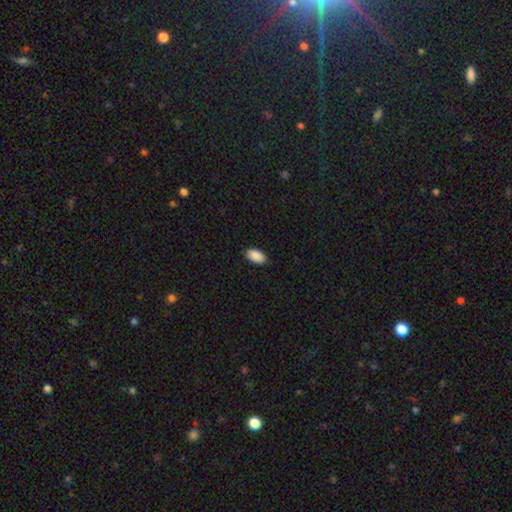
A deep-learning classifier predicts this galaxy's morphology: type=smooth (90%); roundness=in between (95%); merging=none (87%).